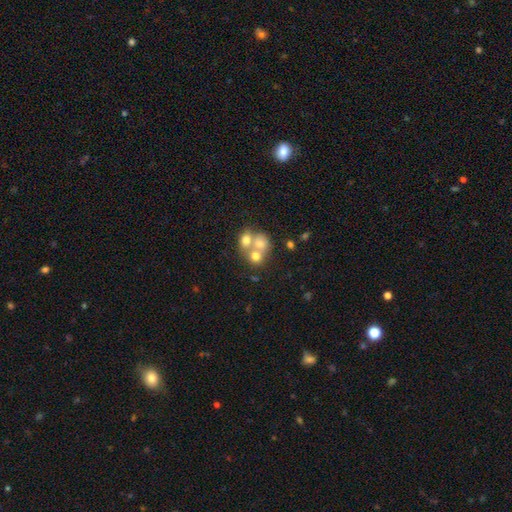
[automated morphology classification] This is likely a smooth galaxy (62%). How rounded: likely round (67%). Merging: likely merger (64%).